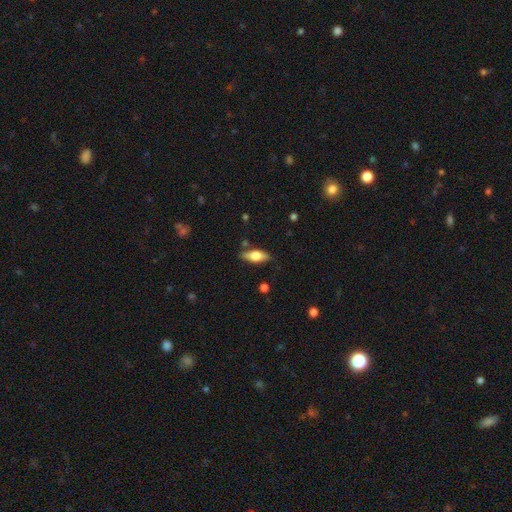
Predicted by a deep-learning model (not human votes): Smooth or featured?
  - smooth: 61% *
  - featured or disk: 32%
  - star or artifact: 7%
How rounded?
  - in between: 74% *
  - cigar-shaped: 23%
  - round: 3%
Merging?
  - none: 82% *
  - minor disturbance: 13%
  - major disturbance: 3%
  - merger: 3%